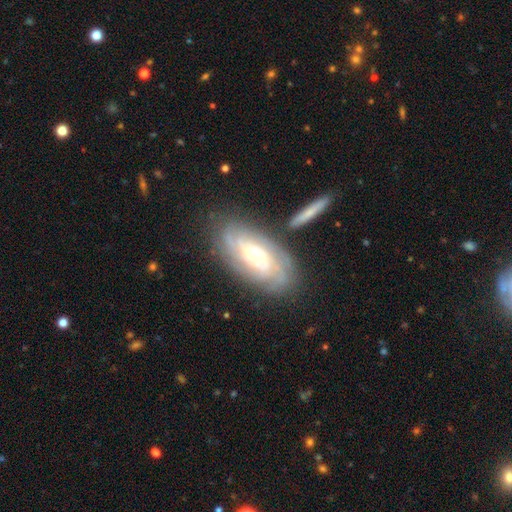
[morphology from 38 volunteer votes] smooth-or-featured: featured or disk: 79% | smooth: 13% | star or artifact: 8%
  disk-edge-on: no: 93% | yes: 7%
    bar: no: 61% | weak: 32% | strong: 7%
    has-spiral-arms: yes: 100% | no: 0%
      spiral-winding: tight: 61% | medium: 32% | loose: 7%
      spiral-arm-count: can't tell: 36% | 4: 25% | more than 4: 21% | 3: 14% | 2: 4% | 1: 0%
    bulge-size: small: 68% | moderate: 29% | large: 4% | dominant: 0% | none: 0%
  merging: none: 74% | minor disturbance: 14% | major disturbance: 6% | merger: 6%